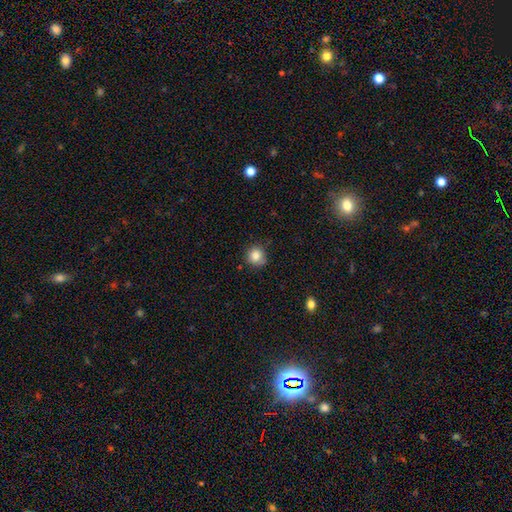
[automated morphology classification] Smooth or featured? Predicted: smooth (p=0.83). How rounded? Predicted: round (p=0.89). Merging? Predicted: none (p=0.75).